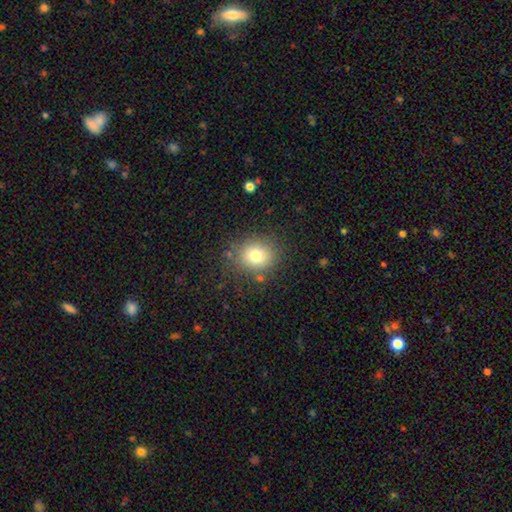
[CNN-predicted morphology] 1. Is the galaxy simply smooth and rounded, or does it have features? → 77% smooth, 13% star or artifact, 10% featured or disk.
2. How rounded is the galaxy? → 76% round, 23% in between, 1% cigar-shaped.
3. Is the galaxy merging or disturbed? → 81% none, 11% minor disturbance, 5% major disturbance, 3% merger.